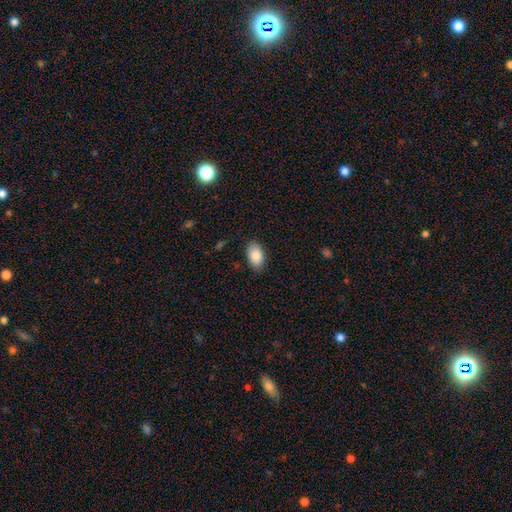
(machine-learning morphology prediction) type=smooth (87%); roundness=in between (93%); merging=none (84%).